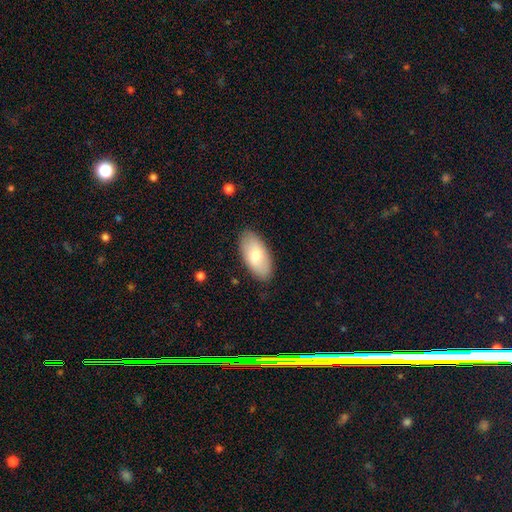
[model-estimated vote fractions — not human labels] smooth-or-featured: smooth: 77% | featured or disk: 17% | star or artifact: 6%
  how-rounded: in between: 94% | cigar-shaped: 3% | round: 2%
  merging: none: 86% | minor disturbance: 10% | major disturbance: 2% | merger: 1%